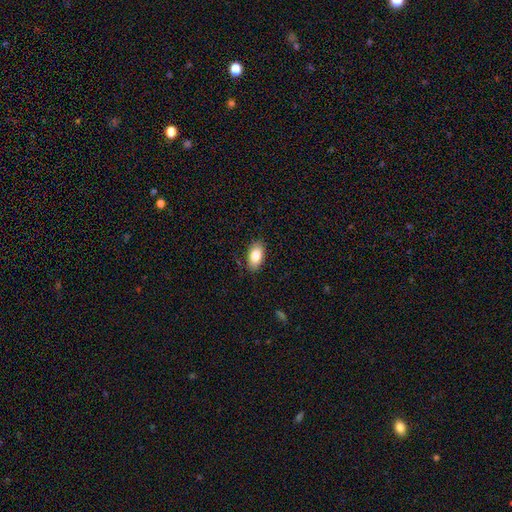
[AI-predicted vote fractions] smooth_or_featured: smooth (p=0.82) [alt: featured or disk p=0.11]
how_rounded: in between (p=0.92) [alt: round p=0.05]
merging: none (p=0.86) [alt: minor disturbance p=0.10]